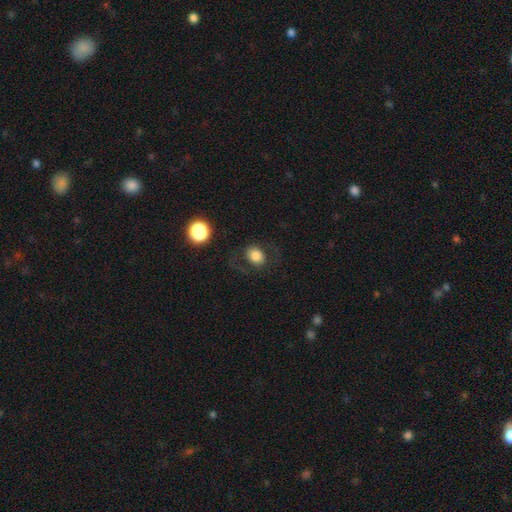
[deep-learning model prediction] Smooth or featured: smooth — 72% (featured or disk — 18%)
How rounded: round — 55% (in between — 44%)
Merging: none — 73% (minor disturbance — 13%)